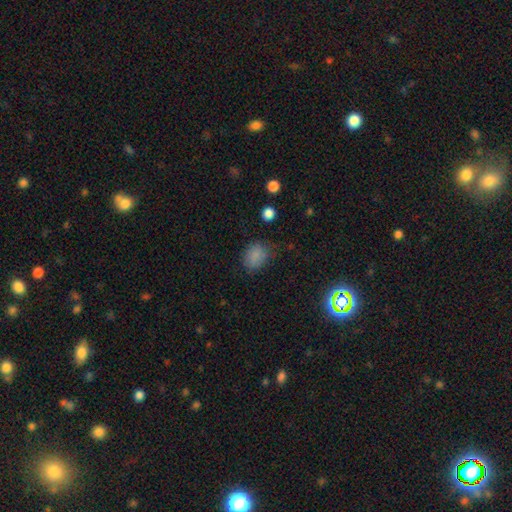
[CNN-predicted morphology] smooth-or-featured: smooth: 81% | star or artifact: 13% | featured or disk: 7%
  how-rounded: in between: 57% | round: 42% | cigar-shaped: 1%
  merging: none: 65% | minor disturbance: 24% | major disturbance: 8% | merger: 2%